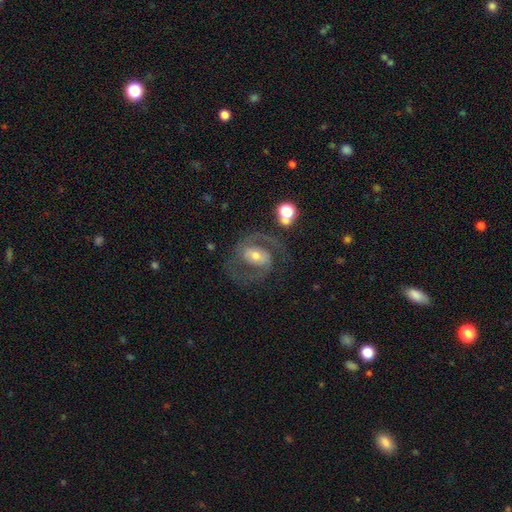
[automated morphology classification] Smooth or featured? Predicted: featured or disk (p=0.83). Edge-on disk? Predicted: no (p=0.97). Bar? Predicted: weak (p=0.41). Spiral arms? Predicted: yes (p=0.91). Spiral winding? Predicted: medium (p=0.58). Spiral arm count? Predicted: 2 (p=0.88). Bulge size? Predicted: moderate (p=0.54). Merging? Predicted: none (p=0.70).